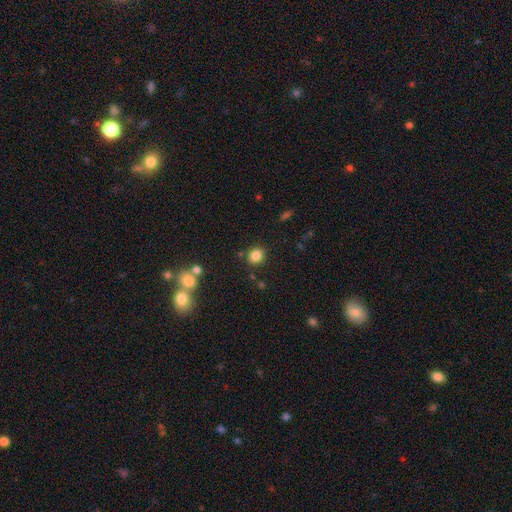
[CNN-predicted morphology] smooth_or_featured: smooth (p=0.84) [alt: star or artifact p=0.11]
how_rounded: round (p=0.78) [alt: in between p=0.21]
merging: none (p=0.85) [alt: minor disturbance p=0.08]